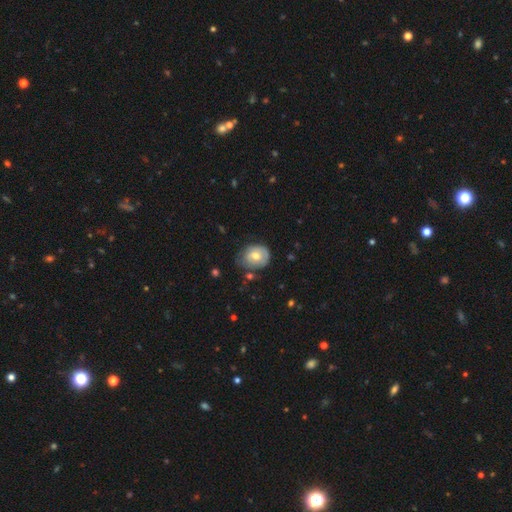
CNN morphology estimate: Smooth or featured: smooth — 53% (featured or disk — 40%)
How rounded: in between — 51% (round — 48%)
Merging: none — 56% (minor disturbance — 31%)